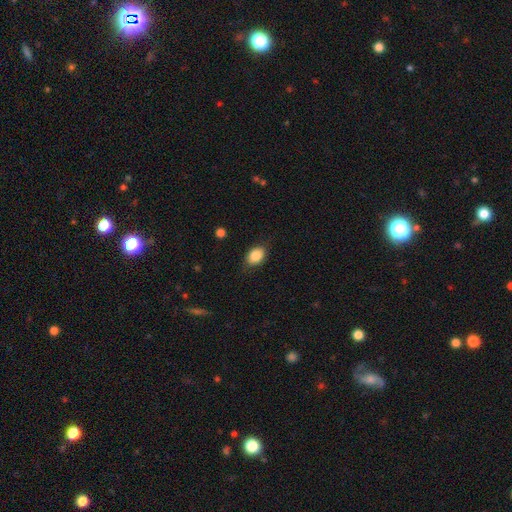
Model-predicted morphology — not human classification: Smooth or featured?
  - smooth: 85% *
  - star or artifact: 8%
  - featured or disk: 7%
How rounded?
  - in between: 81% *
  - round: 17%
  - cigar-shaped: 1%
Merging?
  - none: 79% *
  - minor disturbance: 16%
  - major disturbance: 4%
  - merger: 1%